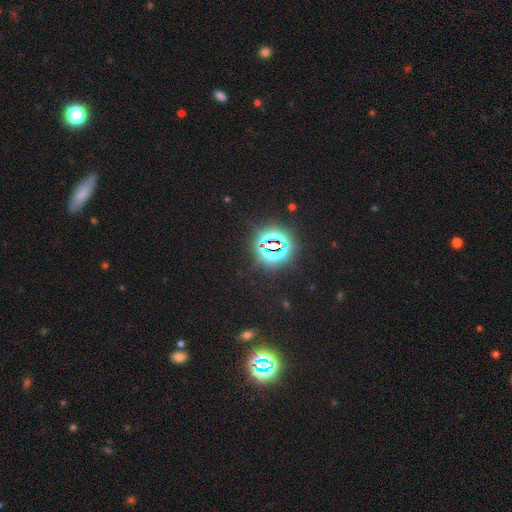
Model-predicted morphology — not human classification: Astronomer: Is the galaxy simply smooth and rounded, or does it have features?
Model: star or artifact — 79%.